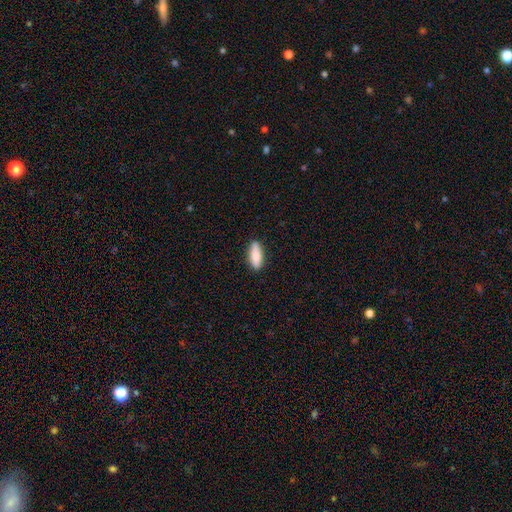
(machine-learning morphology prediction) Smooth or featured? Predicted: smooth (p=0.86). How rounded? Predicted: in between (p=0.67). Merging? Predicted: none (p=0.87).